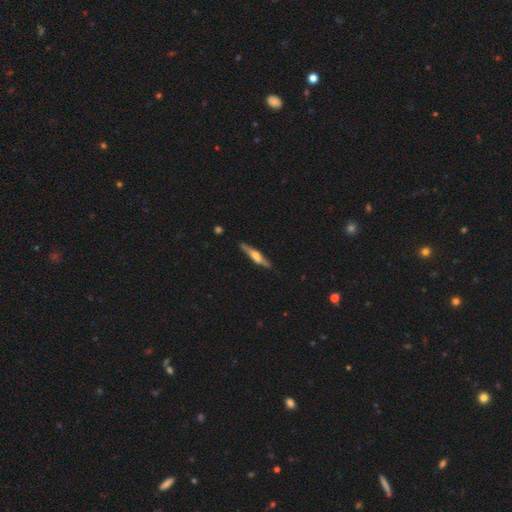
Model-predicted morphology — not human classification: Smooth or featured?
  - featured or disk: 63% *
  - smooth: 31%
  - star or artifact: 6%
Edge-on disk?
  - yes: 94% *
  - no: 6%
Edge-on bulge?
  - rounded: 78% *
  - boxy: 15%
  - none: 7%
Merging?
  - none: 83% *
  - minor disturbance: 13%
  - major disturbance: 2%
  - merger: 2%